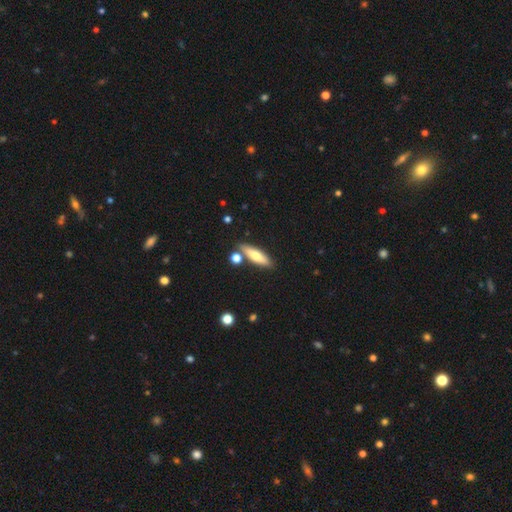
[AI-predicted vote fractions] Overall: smooth (67%). How rounded: cigar-shaped (62%; in between 35%). Merging: none (79%).